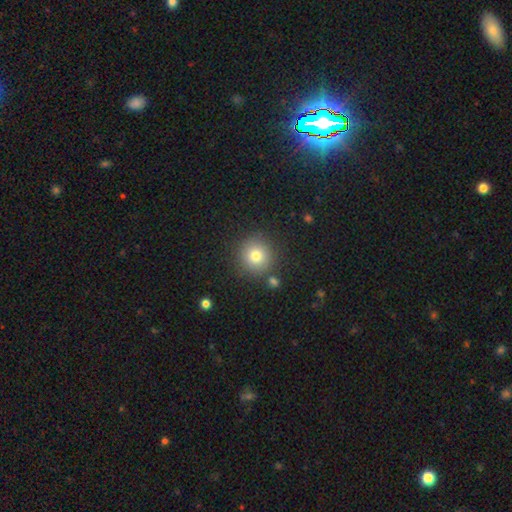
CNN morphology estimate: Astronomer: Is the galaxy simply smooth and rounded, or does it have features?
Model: smooth — 77%.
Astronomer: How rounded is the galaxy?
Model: round — 93%.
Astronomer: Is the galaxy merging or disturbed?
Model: none — 85%.